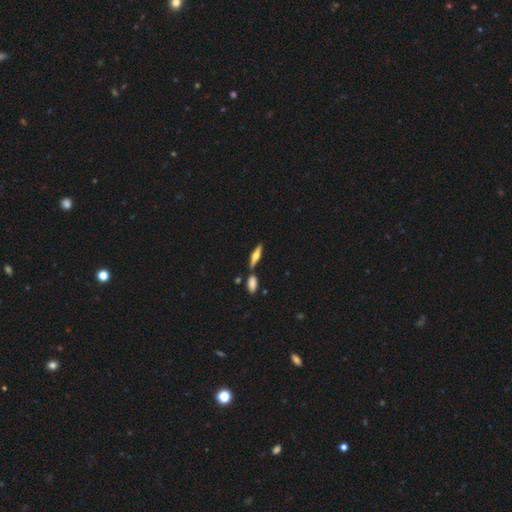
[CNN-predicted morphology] Smooth or featured? Predicted: featured or disk (p=0.51). Edge-on disk? Predicted: yes (p=0.94). Merging? Predicted: none (p=0.75).